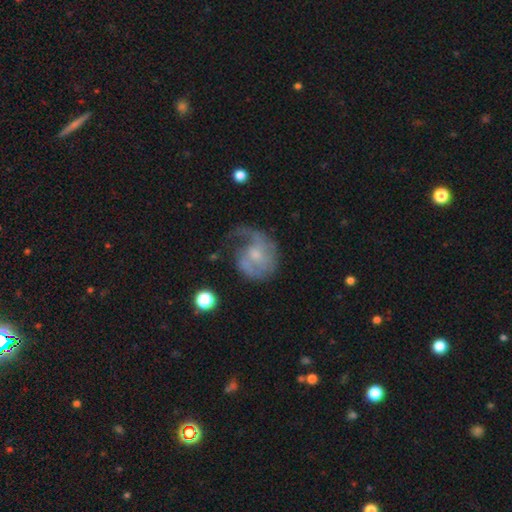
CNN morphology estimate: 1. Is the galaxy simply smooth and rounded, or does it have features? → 69% featured or disk, 23% smooth, 8% star or artifact.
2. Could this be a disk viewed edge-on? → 98% no, 2% yes.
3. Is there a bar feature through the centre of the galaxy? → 64% no, 32% weak, 4% strong.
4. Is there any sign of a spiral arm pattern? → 80% yes, 20% no.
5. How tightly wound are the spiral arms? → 38% medium, 37% loose, 25% tight.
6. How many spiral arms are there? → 53% 1, 24% 2, 16% can't tell, 4% 3, 2% 4, 2% more than 4.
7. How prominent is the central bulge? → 52% small, 35% moderate, 9% none, 3% large, 1% dominant.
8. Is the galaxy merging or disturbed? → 37% major disturbance, 36% none, 24% minor disturbance, 3% merger.